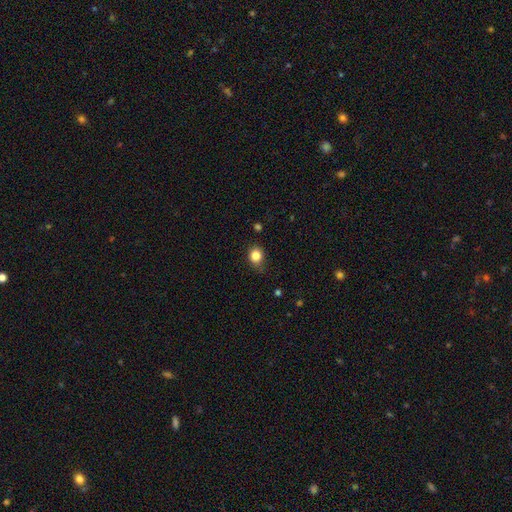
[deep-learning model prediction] Smooth or featured? smooth (84%)
How rounded? round (70%)
Merging? none (75%)